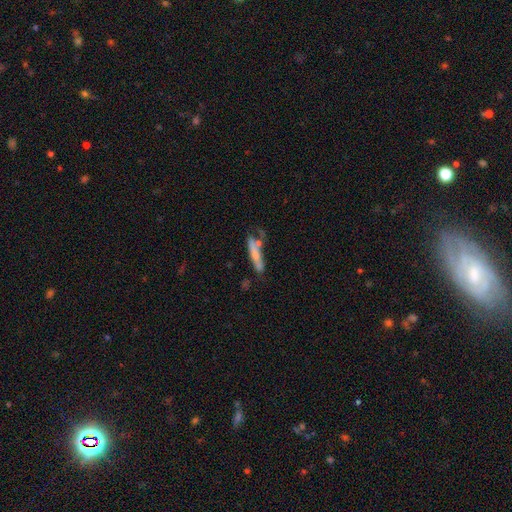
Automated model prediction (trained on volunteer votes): A smooth galaxy with no disk features (52%) that is cigar-shaped (86%).

Vote fractions:
- Smooth or featured? smooth: 52% / featured or disk: 40% / star or artifact: 8%
- How rounded? cigar-shaped: 86% / in between: 12% / round: 2%
- Merging? none: 47% / minor disturbance: 22% / merger: 19% / major disturbance: 12%